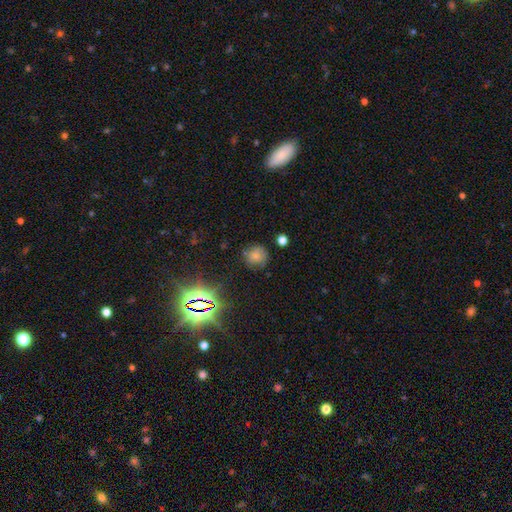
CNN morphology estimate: smooth-or-featured: smooth: 69% | star or artifact: 21% | featured or disk: 10%
  how-rounded: round: 88% | in between: 10% | cigar-shaped: 1%
  merging: none: 76% | minor disturbance: 16% | major disturbance: 4% | merger: 3%